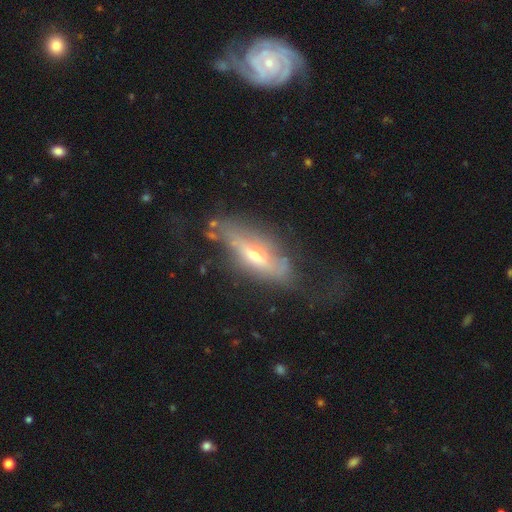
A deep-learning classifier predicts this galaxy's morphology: Overall: featured or disk (61%; smooth 31%). Edge-on disk: yes (61%; no 39%). Merging: none (48%; minor disturbance 26%).